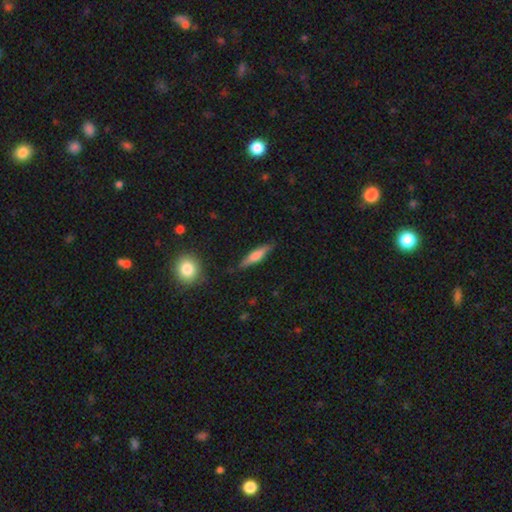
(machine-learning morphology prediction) This appears to be a smooth galaxy with no disk features (55%) that is cigar-shaped (79%). Merging: none (84%).